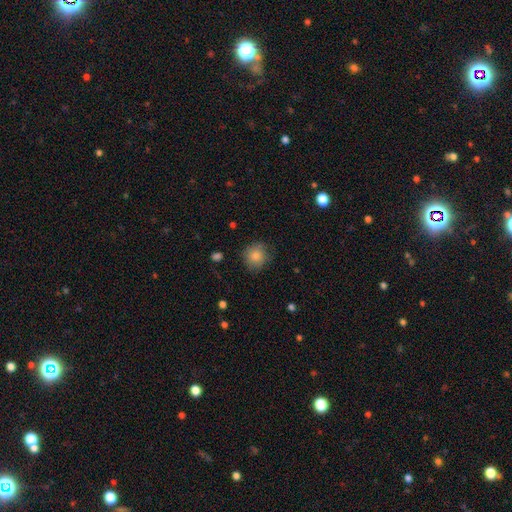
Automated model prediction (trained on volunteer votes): smooth_or_featured: smooth (p=0.84) [alt: star or artifact p=0.09]
how_rounded: round (p=0.89) [alt: in between p=0.10]
merging: none (p=0.78) [alt: minor disturbance p=0.17]